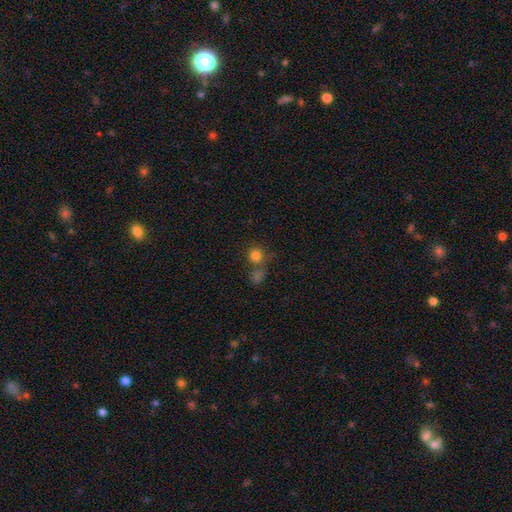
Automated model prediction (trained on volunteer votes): This appears to be a smooth galaxy with no disk features (80%) that is round (89%). Merging: none (54%).